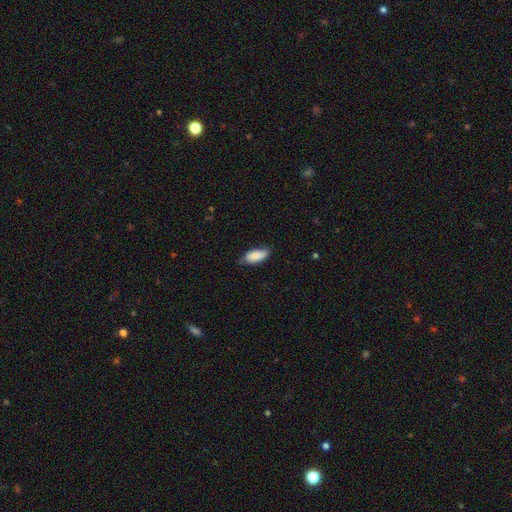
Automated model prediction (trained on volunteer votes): A smooth galaxy with no disk features (83%) that is in between round and cigar-shaped (85%). Merging: none (64%).